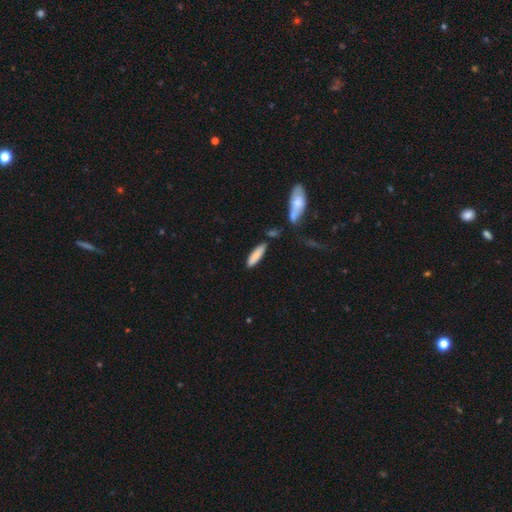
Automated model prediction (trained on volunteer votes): Smooth or featured?
  - smooth: 83% *
  - featured or disk: 11%
  - star or artifact: 6%
How rounded?
  - cigar-shaped: 62% *
  - in between: 37%
  - round: 2%
Merging?
  - none: 79% *
  - minor disturbance: 13%
  - merger: 6%
  - major disturbance: 3%